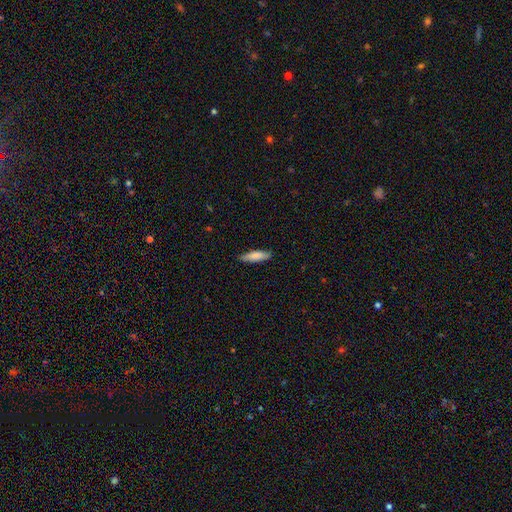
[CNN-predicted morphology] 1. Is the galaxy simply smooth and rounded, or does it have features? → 84% smooth, 10% featured or disk, 5% star or artifact.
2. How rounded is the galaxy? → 66% cigar-shaped, 32% in between, 1% round.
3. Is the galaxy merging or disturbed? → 87% none, 10% minor disturbance, 2% major disturbance, 1% merger.